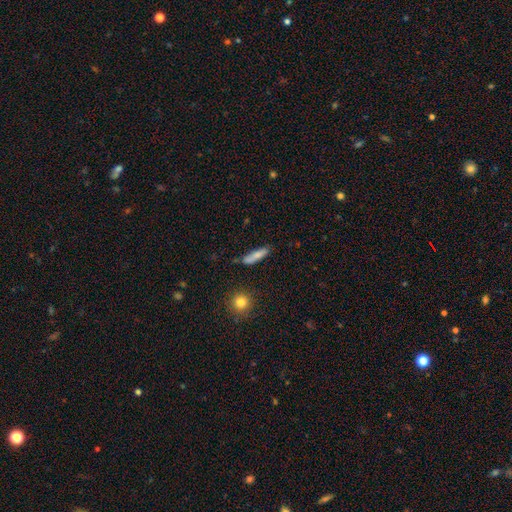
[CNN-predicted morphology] Smooth or featured?
  - smooth: 77% *
  - featured or disk: 16%
  - star or artifact: 7%
How rounded?
  - cigar-shaped: 76% *
  - in between: 22%
  - round: 3%
Merging?
  - none: 77% *
  - minor disturbance: 16%
  - merger: 4%
  - major disturbance: 3%